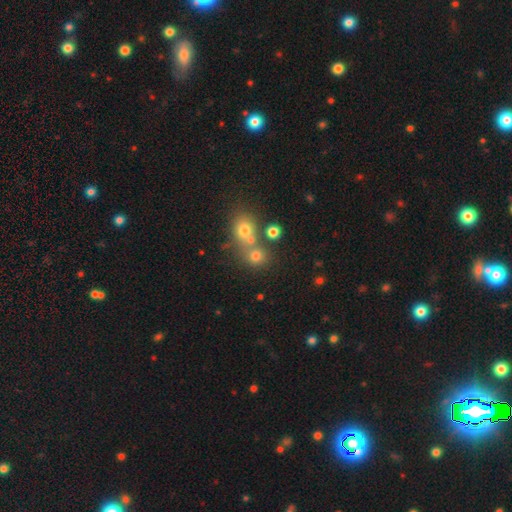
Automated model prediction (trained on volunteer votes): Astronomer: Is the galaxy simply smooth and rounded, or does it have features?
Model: smooth — 71%.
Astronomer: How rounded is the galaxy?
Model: round — 81%.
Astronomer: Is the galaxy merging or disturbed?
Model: none — 51% (runner-up: merger, 37%).